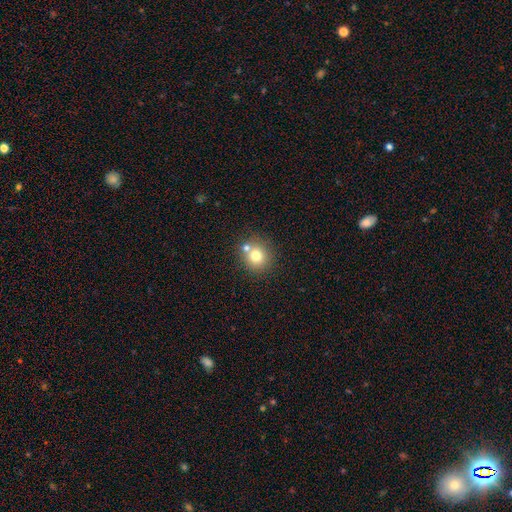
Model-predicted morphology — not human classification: A smooth galaxy with no disk features (75%) that is round (86%). Merging: none (64%).